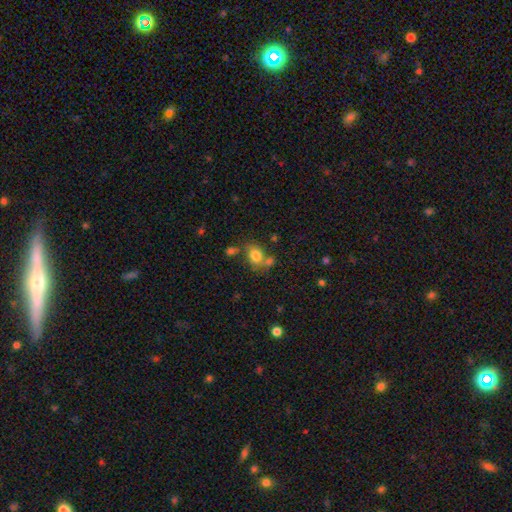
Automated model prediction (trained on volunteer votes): The model was most divided on "how rounded": in between: 52%, round: 47%, cigar-shaped: 1%. More confident: smooth or featured — smooth (77%); merging — none (56%).